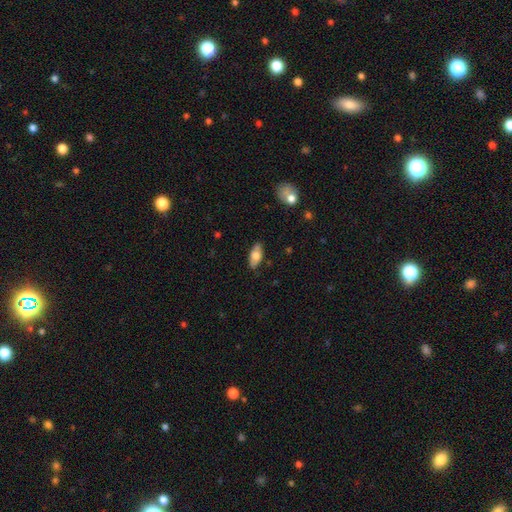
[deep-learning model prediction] Q: Smooth or featured?
A: smooth (65%); runner-up: featured or disk (29%)
Q: How rounded?
A: in between (86%); runner-up: cigar-shaped (11%)
Q: Merging?
A: none (83%); runner-up: minor disturbance (13%)